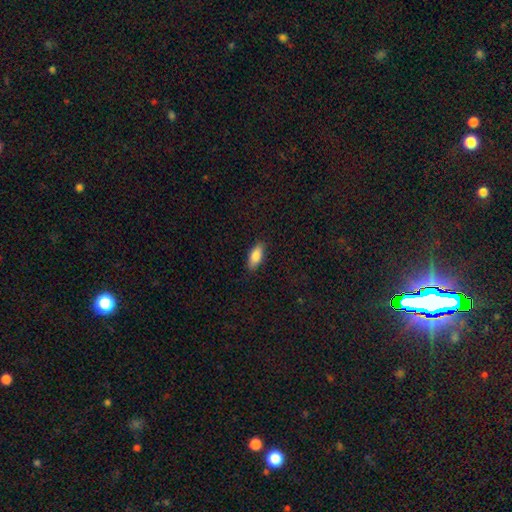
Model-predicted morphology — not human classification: Smooth or featured: smooth — 83% (featured or disk — 10%)
How rounded: in between — 80% (cigar-shaped — 18%)
Merging: none — 86% (minor disturbance — 10%)